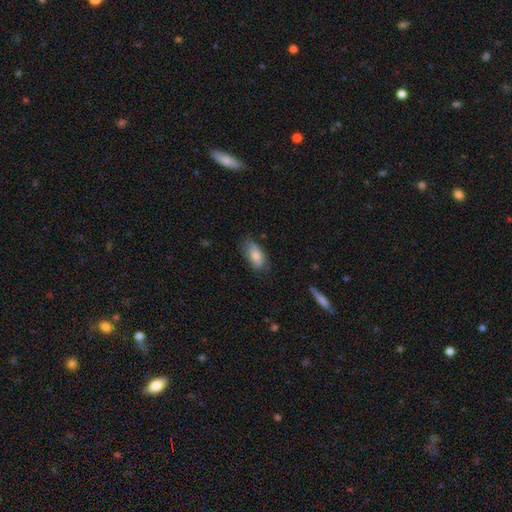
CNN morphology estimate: smooth_or_featured: smooth (p=0.75) [alt: featured or disk p=0.18]
how_rounded: in between (p=0.90) [alt: cigar-shaped p=0.06]
merging: none (p=0.70) [alt: minor disturbance p=0.24]